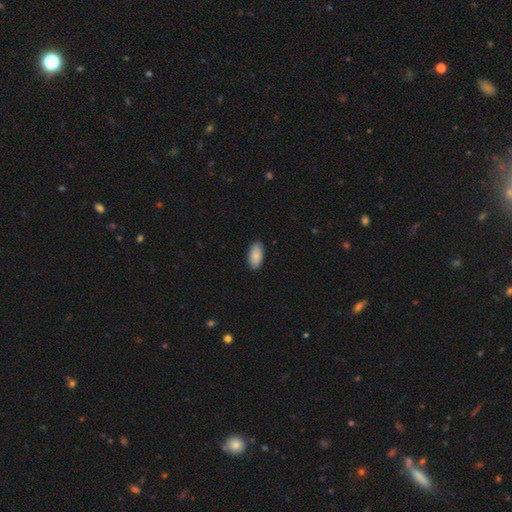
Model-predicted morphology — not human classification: Smooth or featured: smooth — 88% (featured or disk — 6%)
How rounded: in between — 94% (cigar-shaped — 4%)
Merging: none — 88% (minor disturbance — 9%)